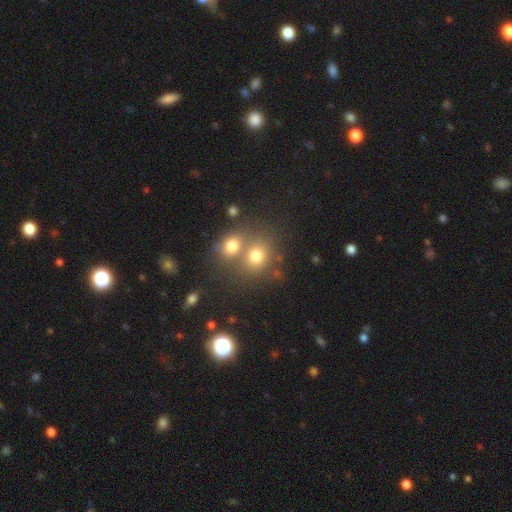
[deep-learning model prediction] Overall: smooth (71%). How rounded: round (71%). Merging: merger (46%; none 43%).